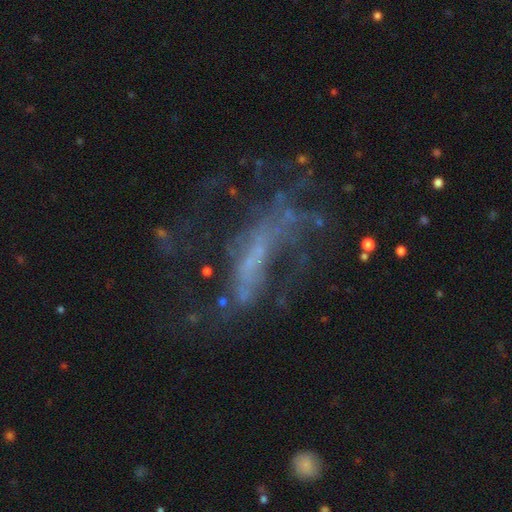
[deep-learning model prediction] A featured or disk galaxy (64%) with no bar (47%), no spiral arms (53%) and no central bulge (54%). Merging: none (42%).